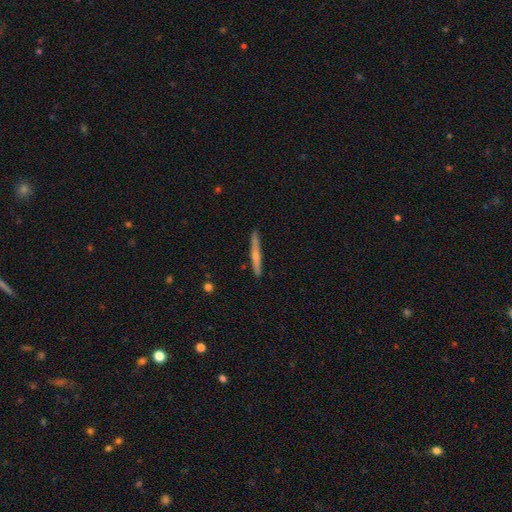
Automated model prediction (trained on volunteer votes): smooth 48%, featured or disk 46%, star or artifact 6%. Down the decision tree: merging — none (90%).